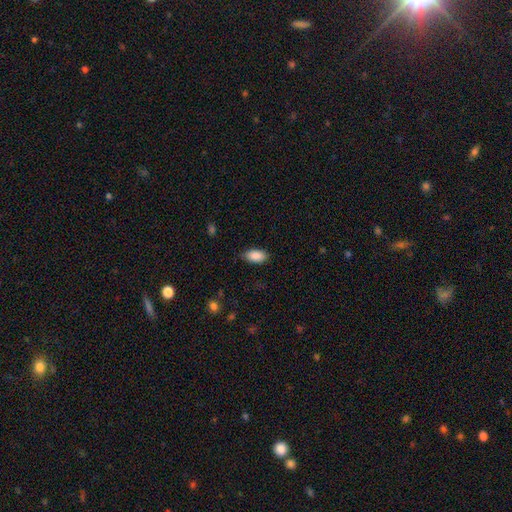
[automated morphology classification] A smooth galaxy with no disk features (89%) that is in between round and cigar-shaped (94%). Merging: none (81%).